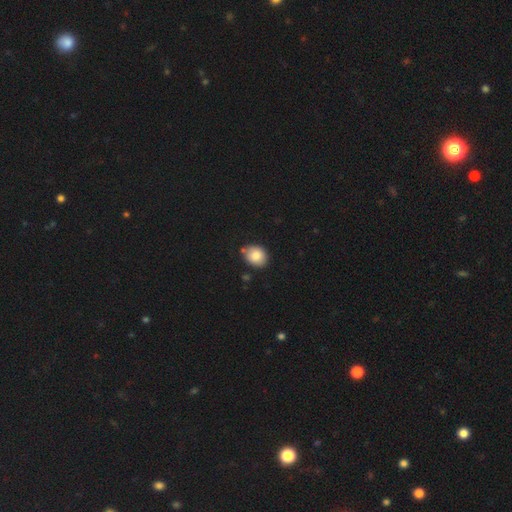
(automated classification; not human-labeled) The model was most divided on "how rounded": round: 57%, in between: 43%, cigar-shaped: 1%. More confident: smooth or featured — smooth (84%); merging — none (79%).